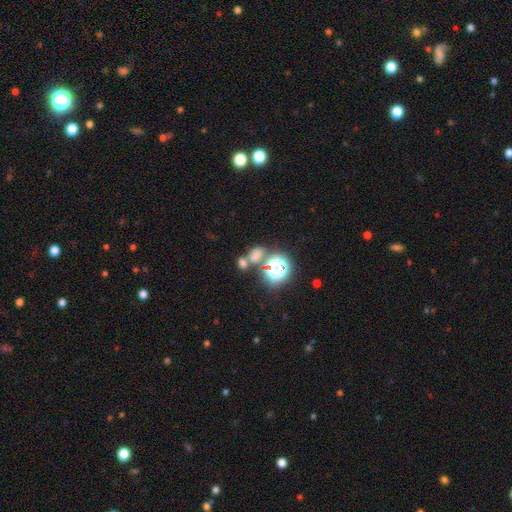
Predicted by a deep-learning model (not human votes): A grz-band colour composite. It shows a smooth galaxy with no disk features (54%) that is in between round and cigar-shaped (56%). Merging: none (47%).